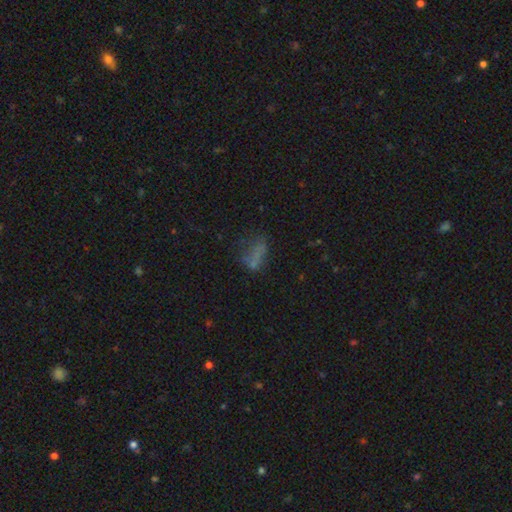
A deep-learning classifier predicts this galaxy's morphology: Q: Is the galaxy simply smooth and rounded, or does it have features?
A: smooth — 55%.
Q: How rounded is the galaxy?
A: in between — 70%.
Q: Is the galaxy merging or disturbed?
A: none — 41%.